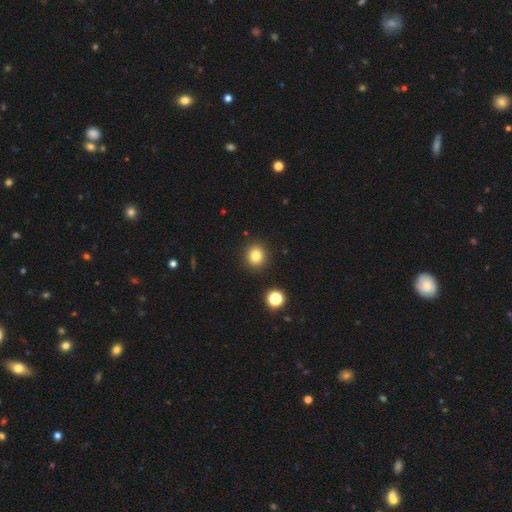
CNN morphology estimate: Overall: smooth (81%). How rounded: round (86%). Merging: none (90%).